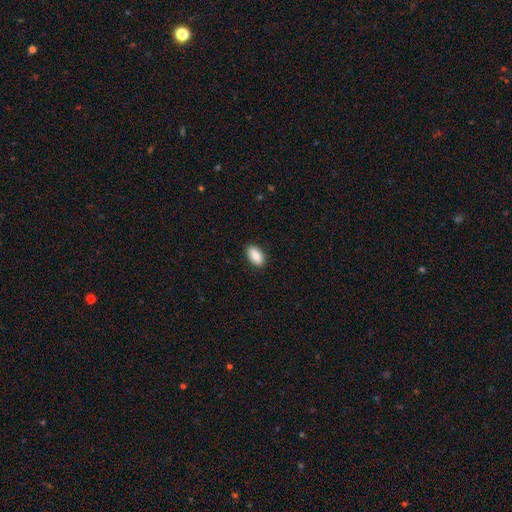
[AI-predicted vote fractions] A smooth galaxy with no disk features (83%) that is in between round and cigar-shaped (92%).

Vote fractions:
- Smooth or featured? smooth: 83% / featured or disk: 10% / star or artifact: 7%
- How rounded? in between: 92% / round: 5% / cigar-shaped: 2%
- Merging? none: 88% / minor disturbance: 9% / major disturbance: 2% / merger: 1%